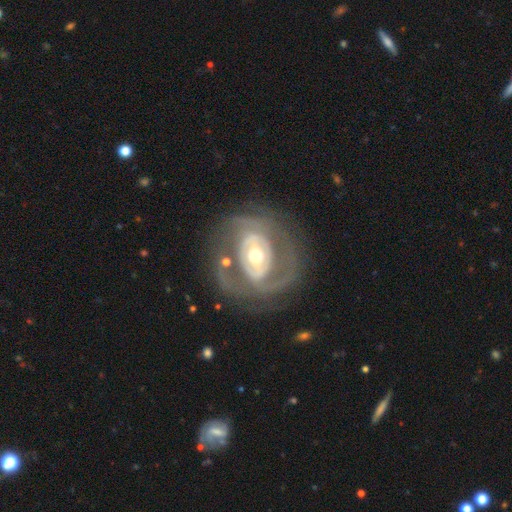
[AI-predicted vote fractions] featured or disk 81%, smooth 13%, star or artifact 5%. Down the decision tree: edge-on disk — no (96%); bar — no (48%); spiral arms — yes (70%); spiral arm count — 2 (50%); spiral winding — tight (51%); bulge size — moderate (65%); merging — none (66%).